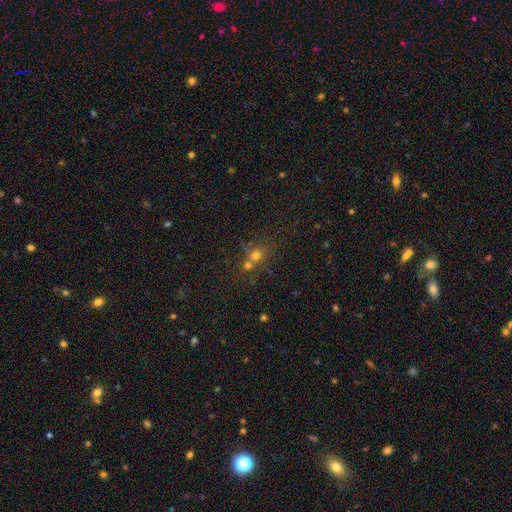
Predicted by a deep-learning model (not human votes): Smooth or featured: smooth — 63% (star or artifact — 23%)
How rounded: round — 78% (in between — 21%)
Merging: none — 47% (merger — 41%)